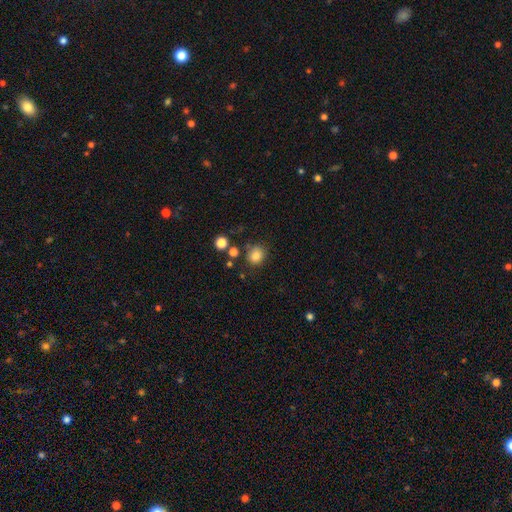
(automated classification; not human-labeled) Smooth or featured? smooth (83%)
How rounded? round (73%)
Merging? none (75%)